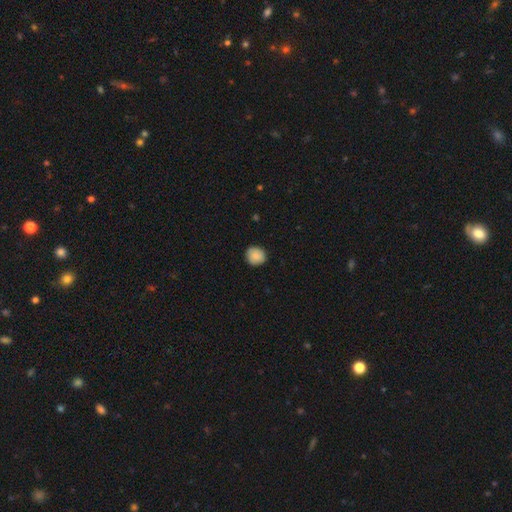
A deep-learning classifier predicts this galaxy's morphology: smooth-or-featured: smooth: 81% | featured or disk: 11% | star or artifact: 7%
  how-rounded: round: 89% | in between: 10% | cigar-shaped: 1%
  merging: none: 86% | minor disturbance: 12% | major disturbance: 2% | merger: 1%